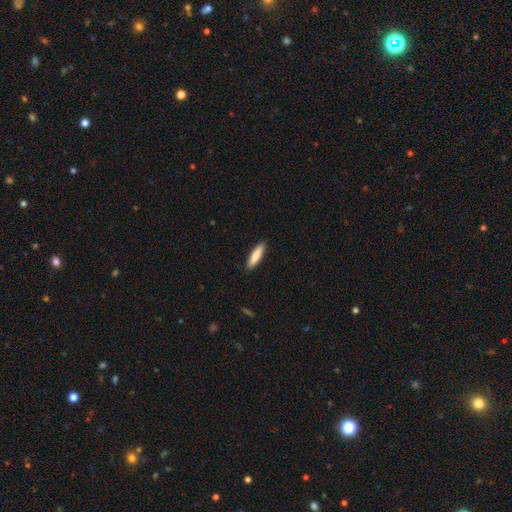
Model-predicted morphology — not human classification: smooth_or_featured: smooth (p=0.85) [alt: featured or disk p=0.10]
how_rounded: cigar-shaped (p=0.69) [alt: in between p=0.29]
merging: none (p=0.90) [alt: minor disturbance p=0.08]